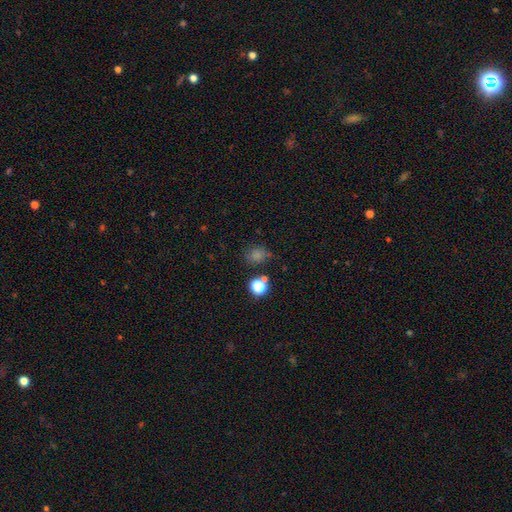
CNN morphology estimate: smooth 59%, star or artifact 31%, featured or disk 10%. Down the decision tree: how rounded — round (70%); merging — none (70%).